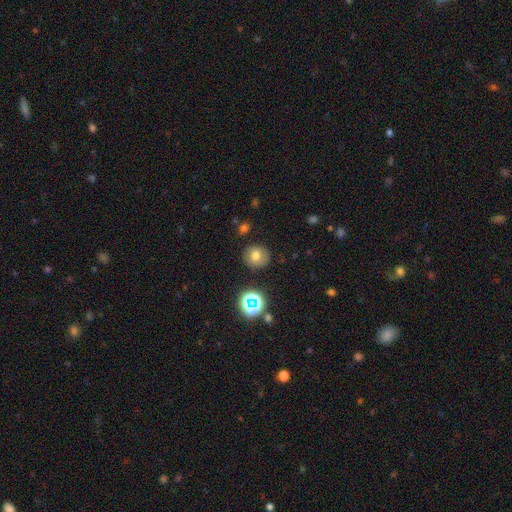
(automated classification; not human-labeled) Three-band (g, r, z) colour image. It shows a smooth galaxy with no disk features (70%) that is round (87%). Merging: none (85%).